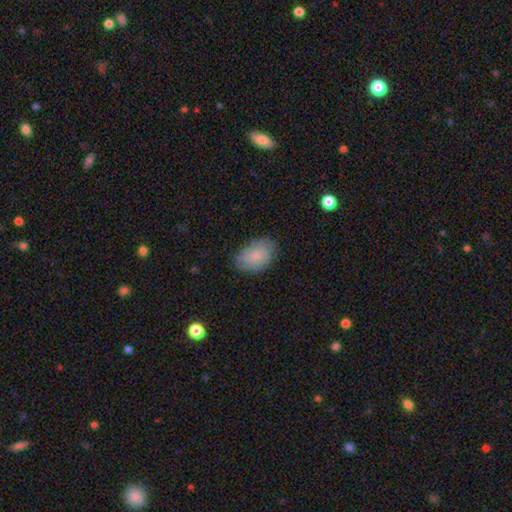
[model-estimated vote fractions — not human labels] This appears to be a smooth galaxy with no disk features (78%) that is in between round and cigar-shaped (86%). Merging: none (77%).